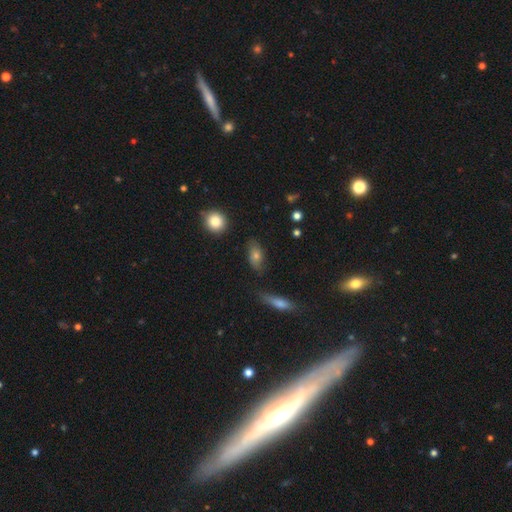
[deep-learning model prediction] smooth-or-featured: smooth: 62% | featured or disk: 26% | star or artifact: 12%
  how-rounded: in between: 79% | cigar-shaped: 12% | round: 10%
  merging: none: 66% | minor disturbance: 22% | major disturbance: 7% | merger: 4%